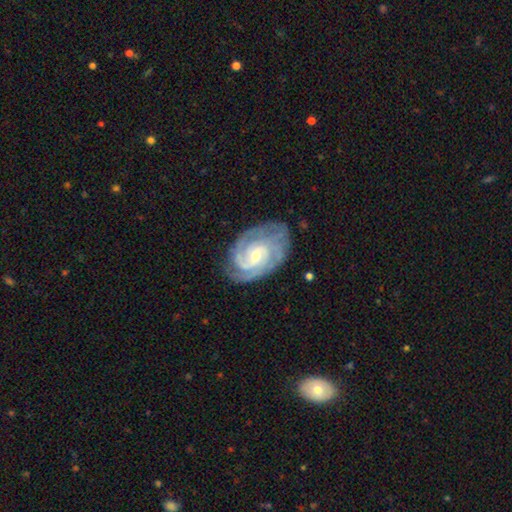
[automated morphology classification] A featured or disk galaxy (90%) with no bar (49%), 3 (32%) tight (66%) spiral arms (98%) and a small central bulge (54%). Merging: none (73%).